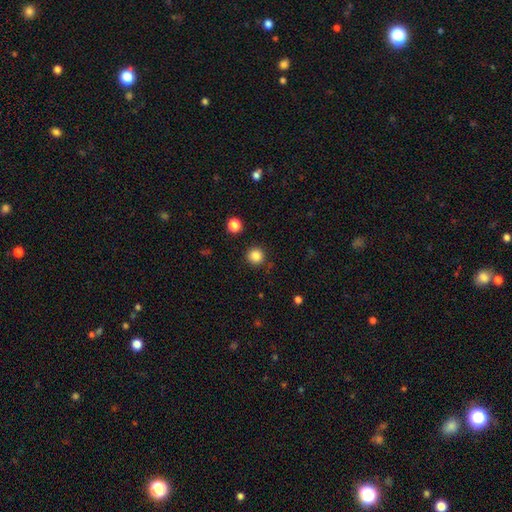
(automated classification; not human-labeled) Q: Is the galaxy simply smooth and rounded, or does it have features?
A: smooth — 85%.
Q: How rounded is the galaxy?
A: round — 95%.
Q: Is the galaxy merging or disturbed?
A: none — 89%.